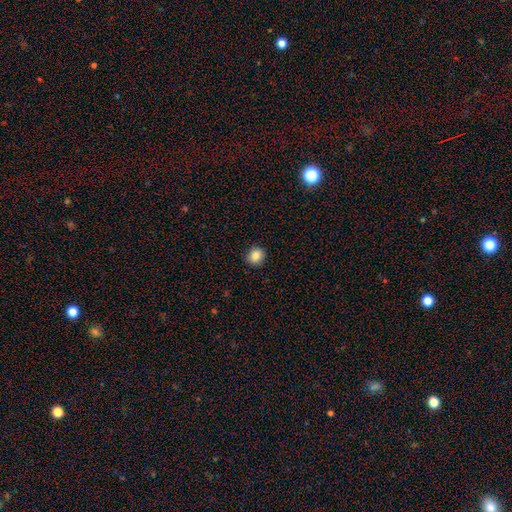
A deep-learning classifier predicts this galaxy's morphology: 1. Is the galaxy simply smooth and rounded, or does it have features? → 86% smooth, 9% star or artifact, 4% featured or disk.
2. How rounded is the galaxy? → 79% round, 20% in between, 1% cigar-shaped.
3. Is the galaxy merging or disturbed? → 91% none, 6% minor disturbance, 2% major disturbance, 1% merger.